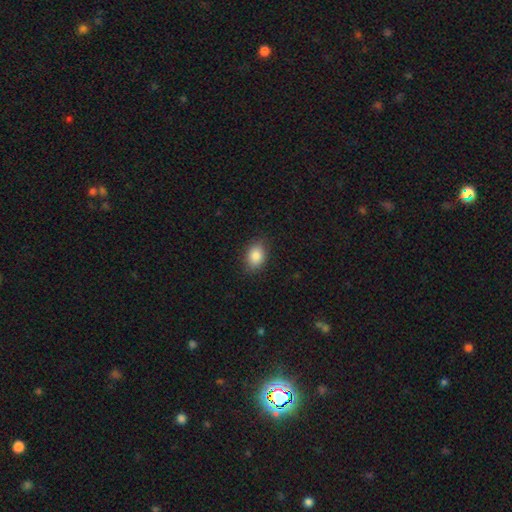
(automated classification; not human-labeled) This is clearly a smooth galaxy (87%). How rounded: likely in between (76%). Merging: clearly none (85%).